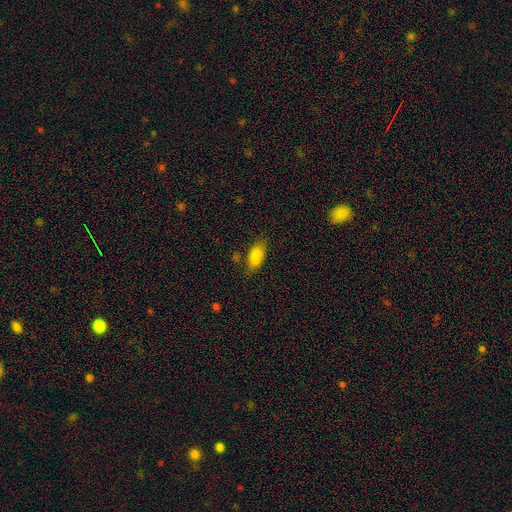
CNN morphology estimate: Q: Smooth or featured?
A: smooth (85%); runner-up: star or artifact (8%)
Q: How rounded?
A: in between (89%); runner-up: cigar-shaped (8%)
Q: Merging?
A: none (74%); runner-up: minor disturbance (18%)